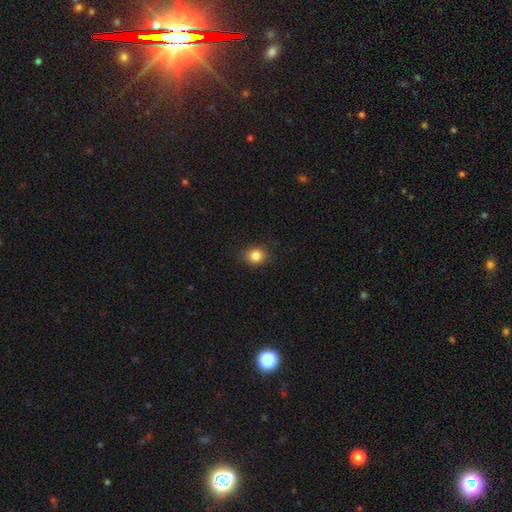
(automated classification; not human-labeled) smooth-or-featured: smooth: 85% | star or artifact: 11% | featured or disk: 5%
  how-rounded: round: 71% | in between: 29% | cigar-shaped: 1%
  merging: none: 87% | minor disturbance: 10% | major disturbance: 2% | merger: 1%